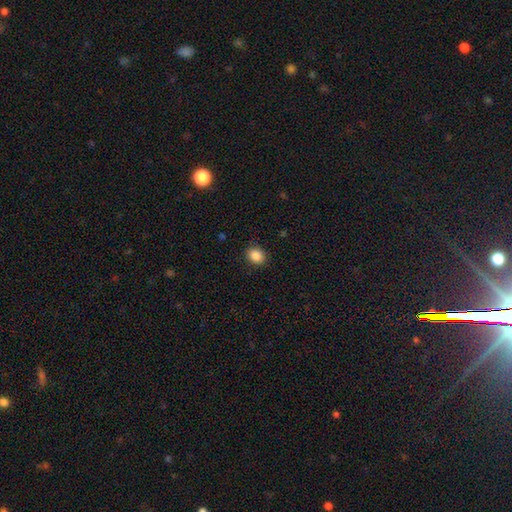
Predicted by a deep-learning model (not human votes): Overall: smooth (87%). How rounded: round (60%; in between 39%). Merging: none (89%).